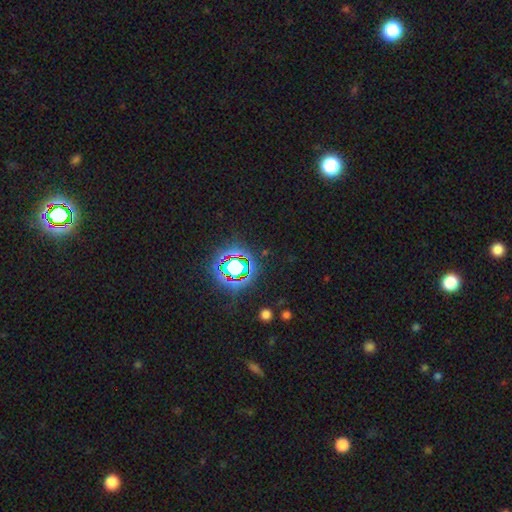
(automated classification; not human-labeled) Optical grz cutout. It shows a star or artifact, not a galaxy (81%).